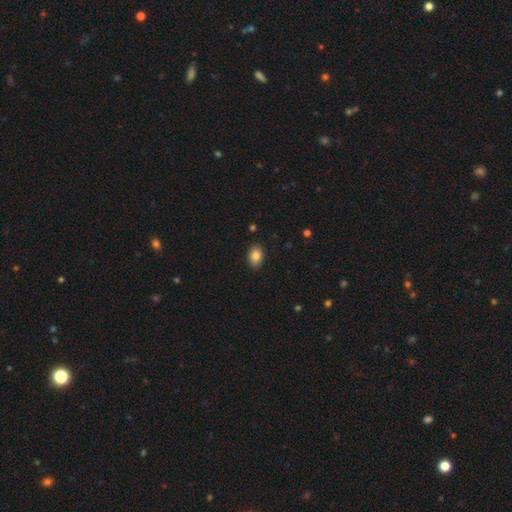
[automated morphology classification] smooth_or_featured: smooth (p=0.85) [alt: star or artifact p=0.09]
how_rounded: in between (p=0.80) [alt: round p=0.19]
merging: none (p=0.87) [alt: minor disturbance p=0.10]